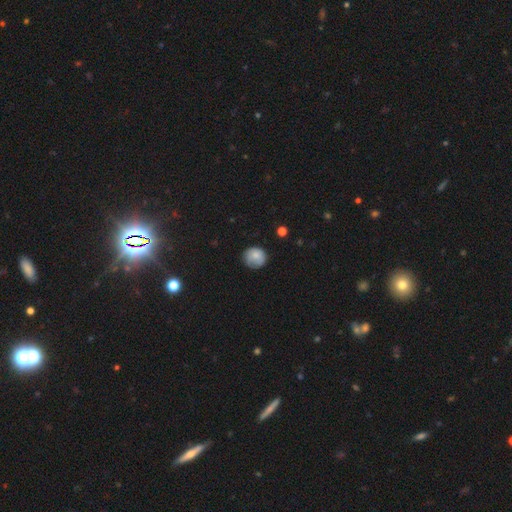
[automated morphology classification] This appears to be a smooth galaxy with no disk features (79%) that is round (87%). Merging: none (70%).